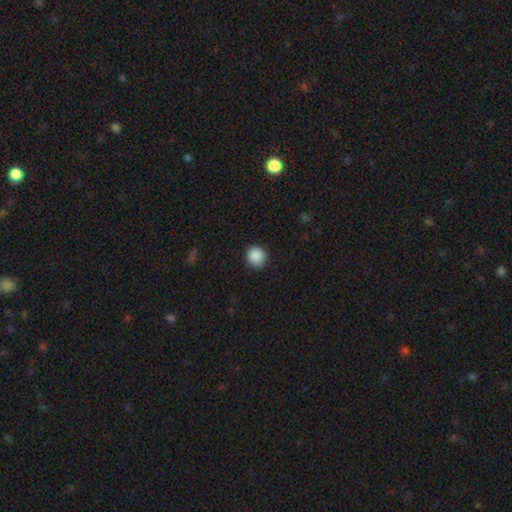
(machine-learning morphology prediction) Smooth or featured? smooth (89%)
How rounded? round (92%)
Merging? none (87%)